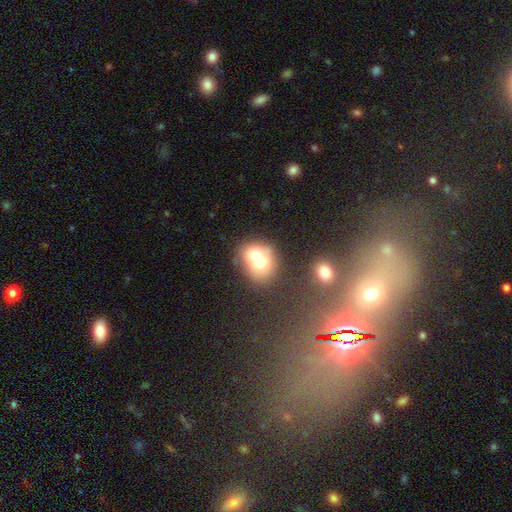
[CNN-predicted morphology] type=smooth (65%); roundness=round (65%); merging=merger (68%).